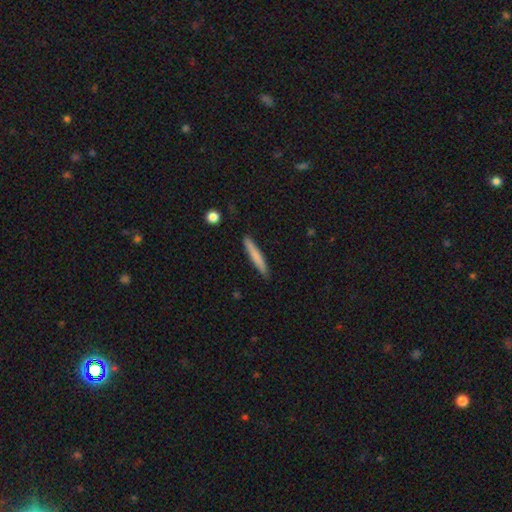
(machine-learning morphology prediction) A smooth galaxy with no disk features (76%) that is cigar-shaped (95%). Merging: none (89%).